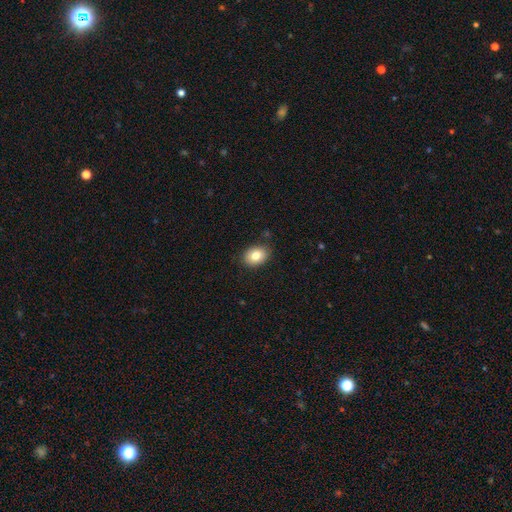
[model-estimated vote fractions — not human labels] Morphology: type=smooth (81%); roundness=in between (66%); merging=none (86%).